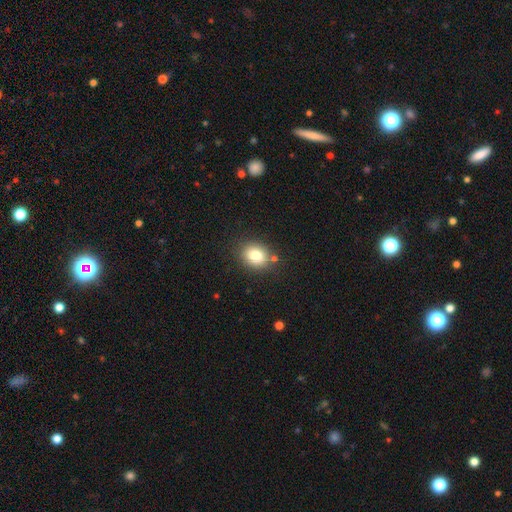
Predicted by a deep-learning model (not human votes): Morphology: type=smooth (80%); roundness=round (58%); merging=none (81%).